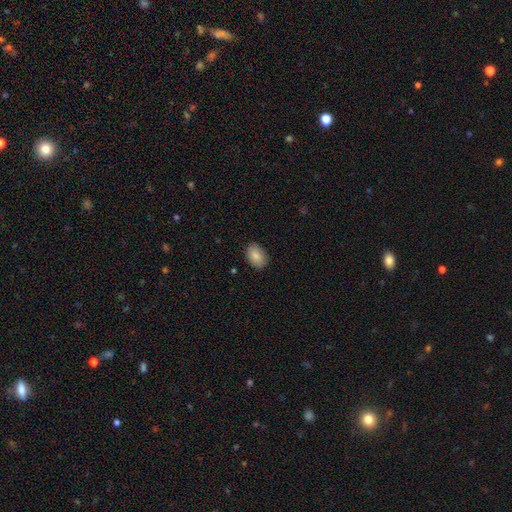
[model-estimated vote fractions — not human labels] This appears to be a smooth galaxy with no disk features (87%) that is in between round and cigar-shaped (86%). Merging: none (88%).